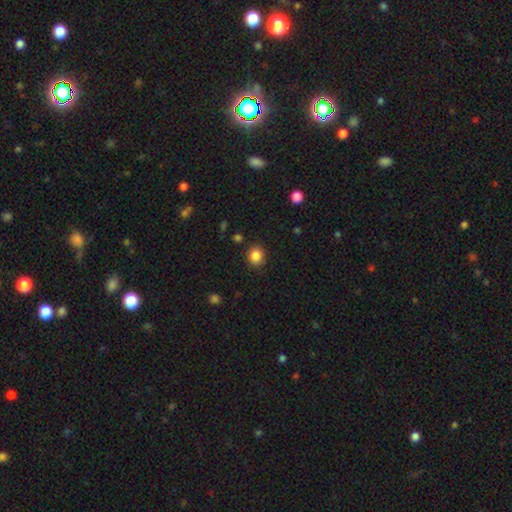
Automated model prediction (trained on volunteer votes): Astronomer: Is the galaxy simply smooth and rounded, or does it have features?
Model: smooth — 86%.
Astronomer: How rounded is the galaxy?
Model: round — 78%.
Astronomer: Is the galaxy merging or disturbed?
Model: none — 87%.